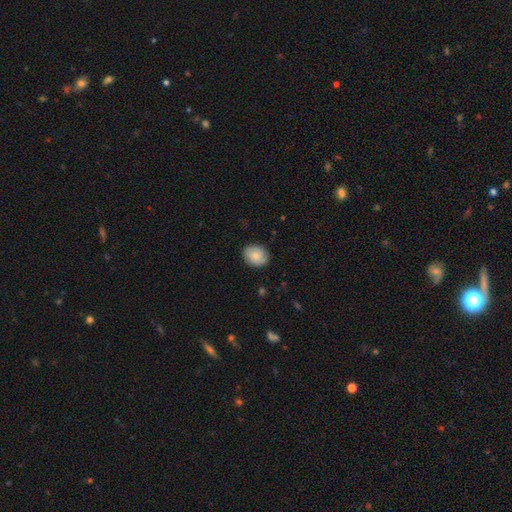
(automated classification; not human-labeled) This is likely a smooth galaxy (79%). How rounded: possibly round (56%). Merging: clearly none (81%).